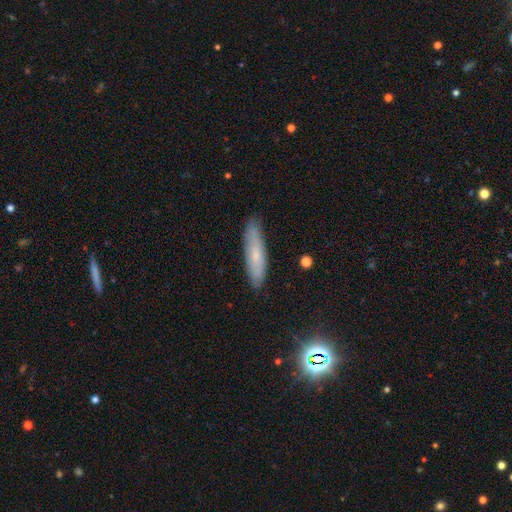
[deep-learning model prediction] Smooth or featured?
  - smooth: 57% *
  - featured or disk: 34%
  - star or artifact: 9%
How rounded?
  - cigar-shaped: 76% *
  - in between: 23%
  - round: 2%
Merging?
  - none: 83% *
  - minor disturbance: 13%
  - major disturbance: 2%
  - merger: 1%